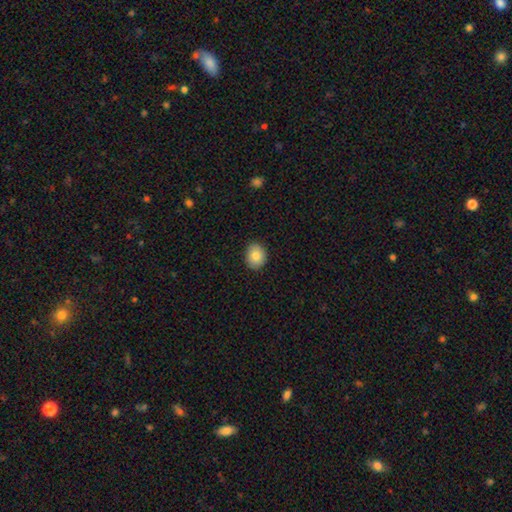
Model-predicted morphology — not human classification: type=smooth (82%); roundness=round (58%); merging=none (90%).